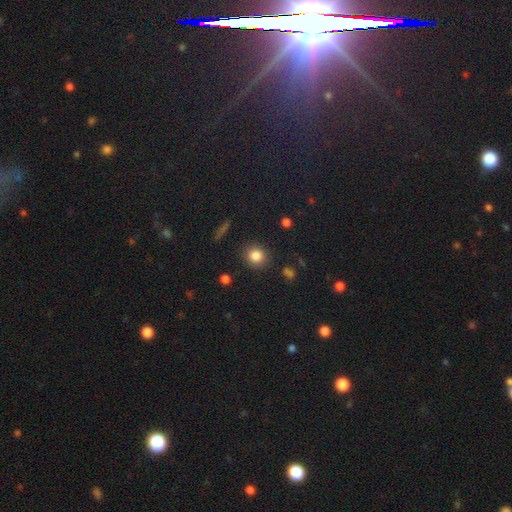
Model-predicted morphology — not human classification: Smooth or featured? Predicted: smooth (p=0.83). How rounded? Predicted: round (p=0.85). Merging? Predicted: none (p=0.88).